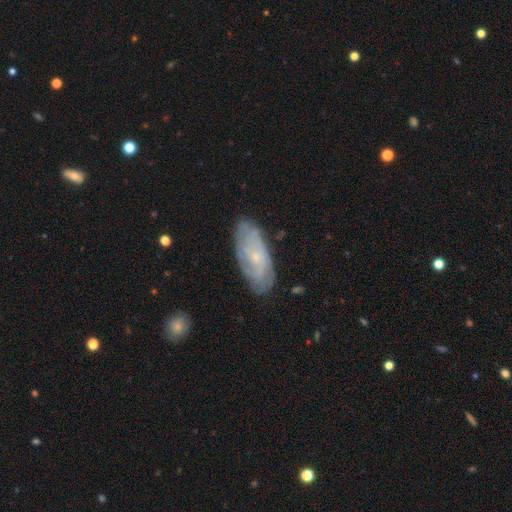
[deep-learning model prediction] This appears to be a featured or disk galaxy (60%) with no bar (76%), spiral arms (75%) and a small central bulge (76%). Merging: none (78%).